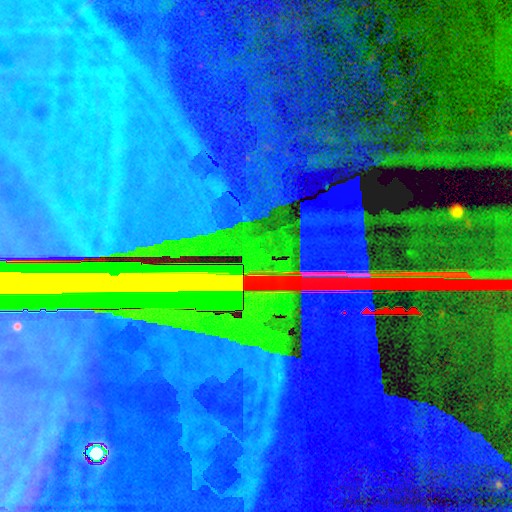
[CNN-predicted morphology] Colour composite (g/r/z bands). It shows a star or artifact, not a galaxy (86%).